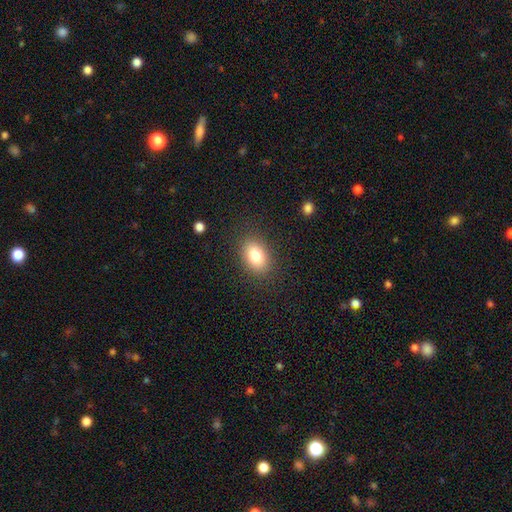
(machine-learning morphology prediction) Smooth or featured: smooth — 81% (star or artifact — 9%)
How rounded: in between — 80% (round — 19%)
Merging: none — 86% (minor disturbance — 9%)